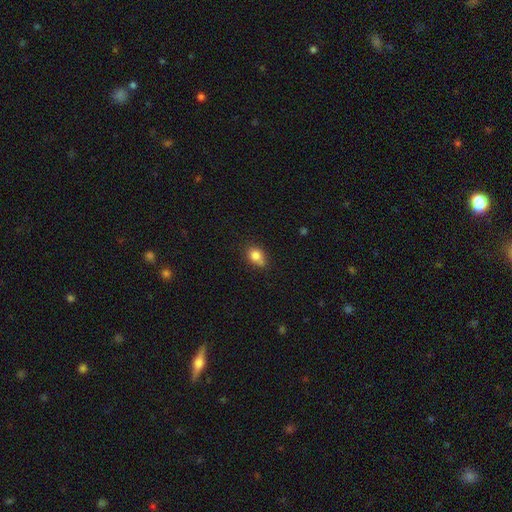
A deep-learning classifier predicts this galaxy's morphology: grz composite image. It shows a smooth galaxy with no disk features (81%) that is round (50%). Merging: none (54%).